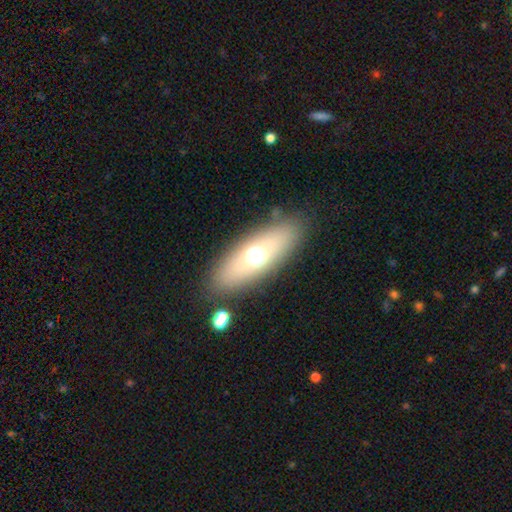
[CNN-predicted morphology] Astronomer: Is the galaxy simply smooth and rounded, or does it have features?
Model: smooth — 59%.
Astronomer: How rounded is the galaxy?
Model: in between — 65%.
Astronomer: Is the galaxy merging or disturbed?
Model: none — 84%.